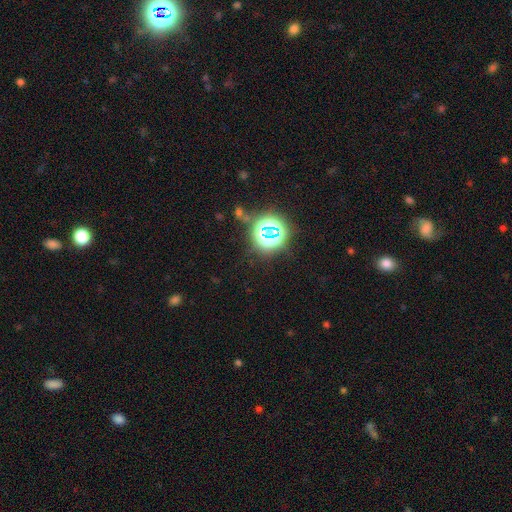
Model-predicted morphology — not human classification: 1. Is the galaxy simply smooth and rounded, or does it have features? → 75% star or artifact, 19% smooth, 6% featured or disk.